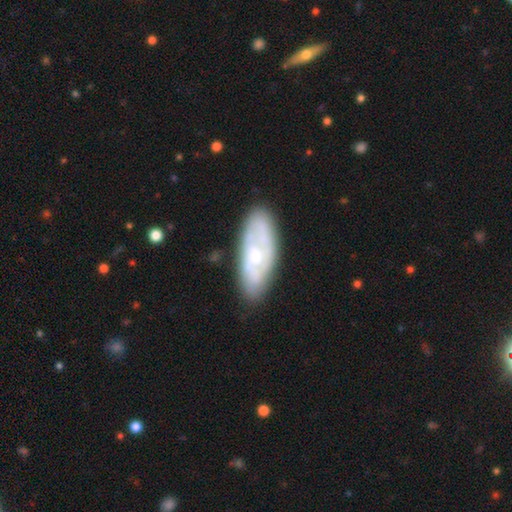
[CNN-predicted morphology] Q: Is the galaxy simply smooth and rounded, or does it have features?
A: featured or disk — 63%.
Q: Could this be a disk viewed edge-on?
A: no — 87%.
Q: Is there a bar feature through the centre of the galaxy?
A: no — 68%.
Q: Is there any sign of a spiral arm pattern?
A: yes — 65%.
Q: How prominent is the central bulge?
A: moderate — 46%.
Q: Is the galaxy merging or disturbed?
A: none — 75%.